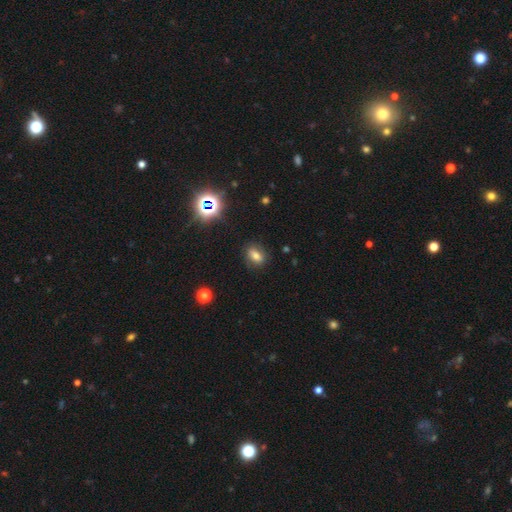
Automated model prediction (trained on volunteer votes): smooth 69%, star or artifact 18%, featured or disk 13%. Down the decision tree: how rounded — in between (73%); merging — none (82%).